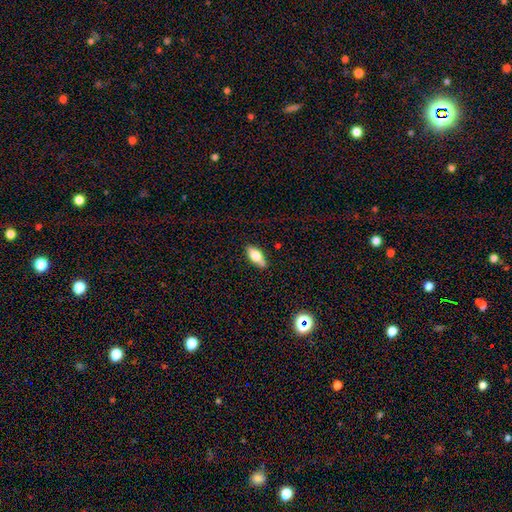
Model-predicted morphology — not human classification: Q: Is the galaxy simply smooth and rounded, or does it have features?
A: smooth — 65%.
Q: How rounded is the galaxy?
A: in between — 80%.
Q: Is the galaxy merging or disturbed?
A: none — 77%.